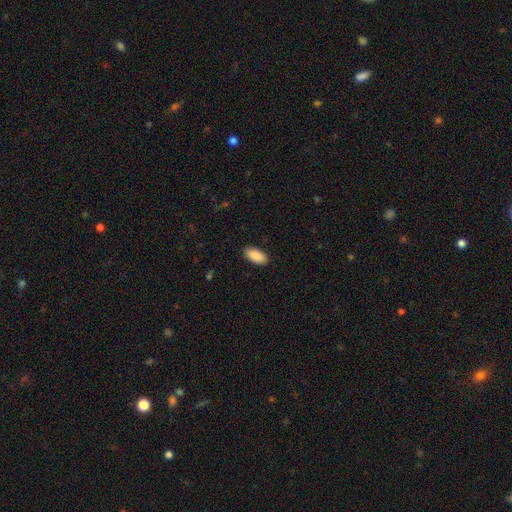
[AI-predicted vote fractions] smooth-or-featured: smooth: 91% | star or artifact: 6% | featured or disk: 3%
  how-rounded: in between: 93% | cigar-shaped: 5% | round: 2%
  merging: none: 89% | minor disturbance: 8% | major disturbance: 2% | merger: 1%